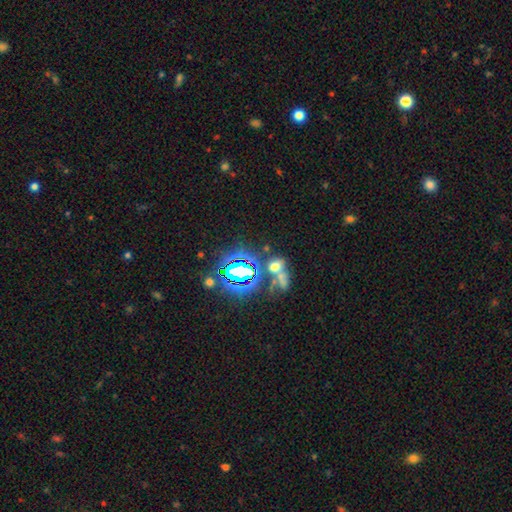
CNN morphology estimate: Smooth or featured? Predicted: star or artifact (p=0.74).